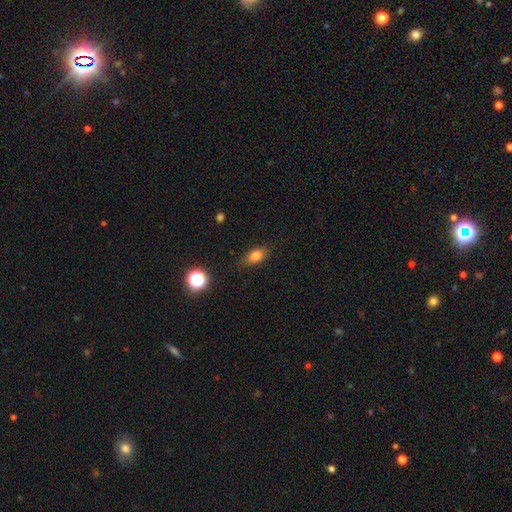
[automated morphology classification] Smooth or featured? Predicted: smooth (p=0.80). How rounded? Predicted: in between (p=0.80). Merging? Predicted: none (p=0.81).